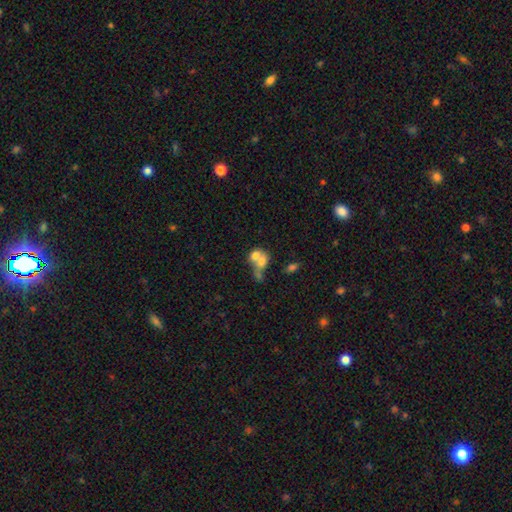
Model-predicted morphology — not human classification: Q: Smooth or featured?
A: smooth (64%); runner-up: featured or disk (25%)
Q: How rounded?
A: in between (61%); runner-up: round (37%)
Q: Merging?
A: merger (69%); runner-up: none (17%)